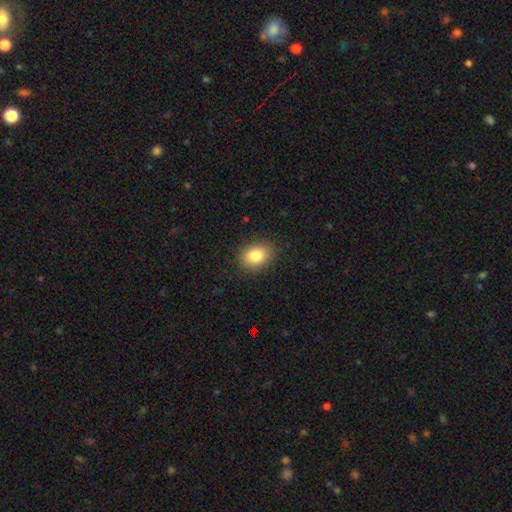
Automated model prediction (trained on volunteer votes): Smooth or featured: smooth — 83% (star or artifact — 9%)
How rounded: in between — 64% (round — 35%)
Merging: none — 86% (minor disturbance — 10%)